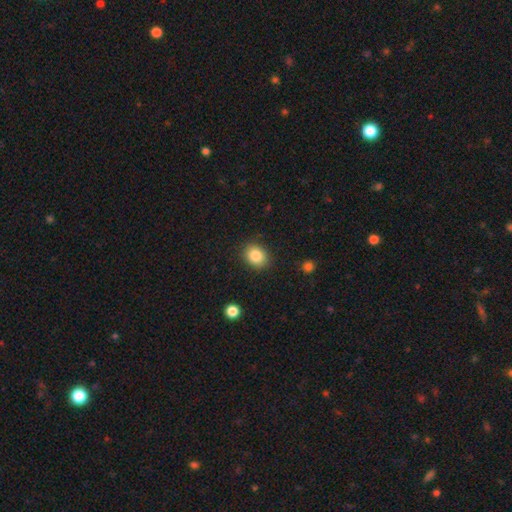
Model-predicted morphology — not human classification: A smooth galaxy with no disk features (85%) that is round (53%). Merging: none (88%).